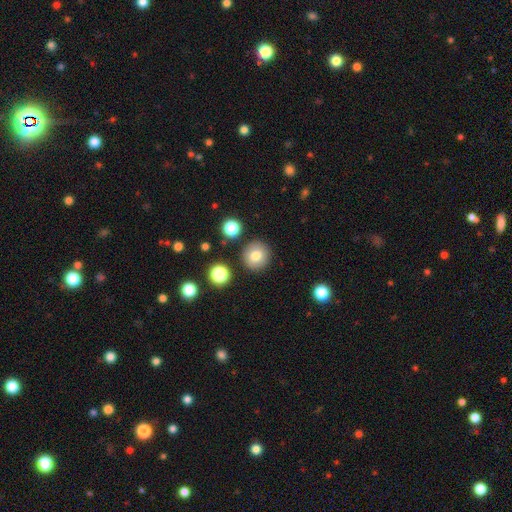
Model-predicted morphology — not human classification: A smooth galaxy with no disk features (79%) that is round (92%).

Vote fractions:
- Smooth or featured? smooth: 79% / star or artifact: 11% / featured or disk: 10%
- How rounded? round: 92% / in between: 7% / cigar-shaped: 1%
- Merging? none: 87% / minor disturbance: 7% / merger: 3% / major disturbance: 2%